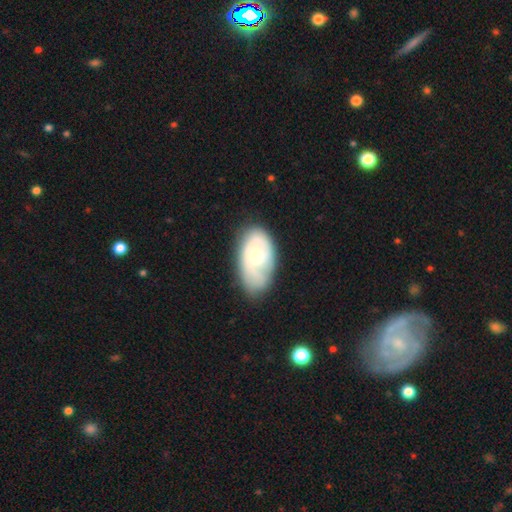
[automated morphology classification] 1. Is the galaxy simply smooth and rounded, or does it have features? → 61% featured or disk, 33% smooth, 6% star or artifact.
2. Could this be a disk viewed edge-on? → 96% no, 4% yes.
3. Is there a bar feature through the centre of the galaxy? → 68% no, 27% weak, 4% strong.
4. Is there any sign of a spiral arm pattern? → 81% yes, 19% no.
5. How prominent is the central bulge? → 54% small, 33% moderate, 8% none, 4% large, 1% dominant.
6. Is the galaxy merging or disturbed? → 66% none, 24% minor disturbance, 8% major disturbance, 2% merger.